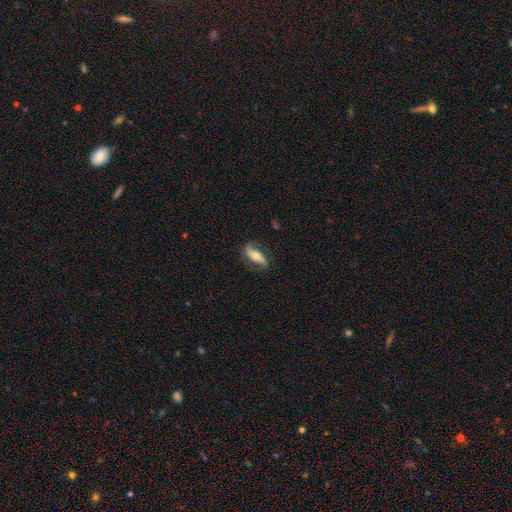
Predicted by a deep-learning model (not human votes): The model was most divided on "smooth or featured": featured or disk: 61%, smooth: 32%, star or artifact: 6%. More confident: edge-on disk — no (74%); merging — none (72%).